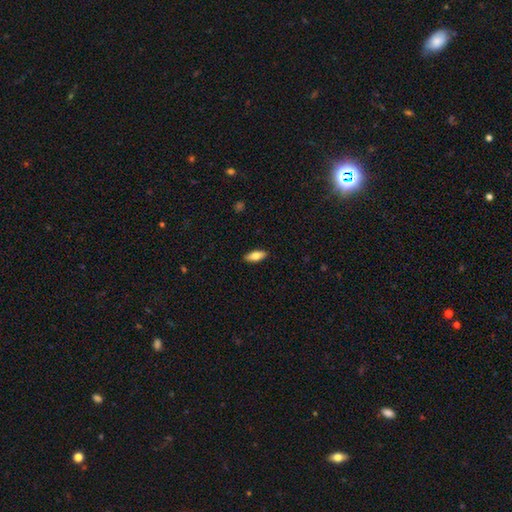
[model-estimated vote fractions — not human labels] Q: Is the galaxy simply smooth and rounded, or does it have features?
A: smooth — 73%.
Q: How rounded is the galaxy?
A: in between — 74%.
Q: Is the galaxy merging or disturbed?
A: none — 89%.